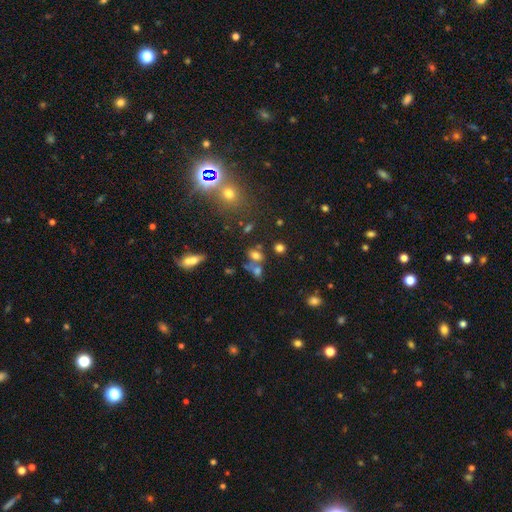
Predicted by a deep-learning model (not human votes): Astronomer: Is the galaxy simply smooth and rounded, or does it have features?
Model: smooth — 64%.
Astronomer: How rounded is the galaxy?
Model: in between — 59% (runner-up: round, 38%).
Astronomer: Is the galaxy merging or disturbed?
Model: none — 45% (runner-up: merger, 38%).